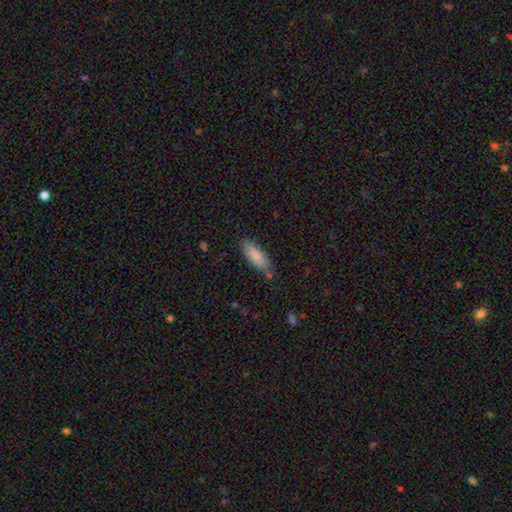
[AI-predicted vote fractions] smooth 86%, featured or disk 8%, star or artifact 6%. Down the decision tree: how rounded — in between (61%); merging — none (75%).